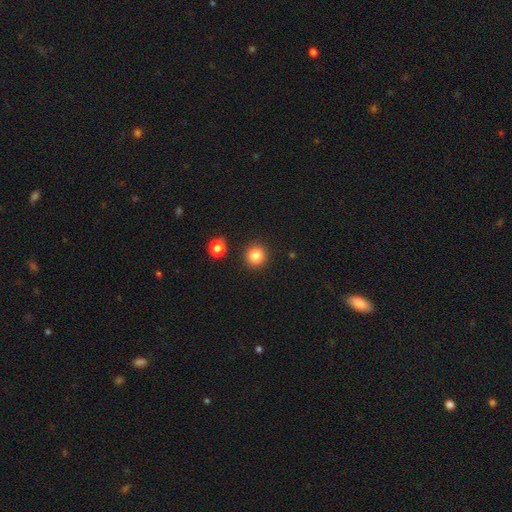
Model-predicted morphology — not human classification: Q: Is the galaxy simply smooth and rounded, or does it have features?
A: smooth — 83%.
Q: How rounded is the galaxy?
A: round — 93%.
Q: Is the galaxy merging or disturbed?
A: none — 90%.